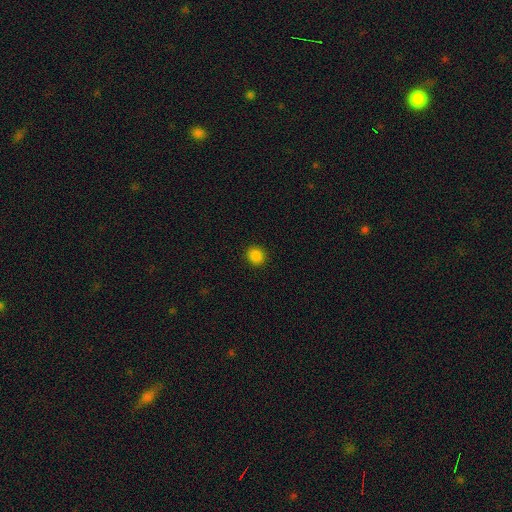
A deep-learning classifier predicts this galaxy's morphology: A smooth galaxy with no disk features (85%) that is round (79%).

Vote fractions:
- Smooth or featured? smooth: 85% / star or artifact: 12% / featured or disk: 3%
- How rounded? round: 79% / in between: 20% / cigar-shaped: 1%
- Merging? none: 92% / minor disturbance: 5% / major disturbance: 2% / merger: 1%